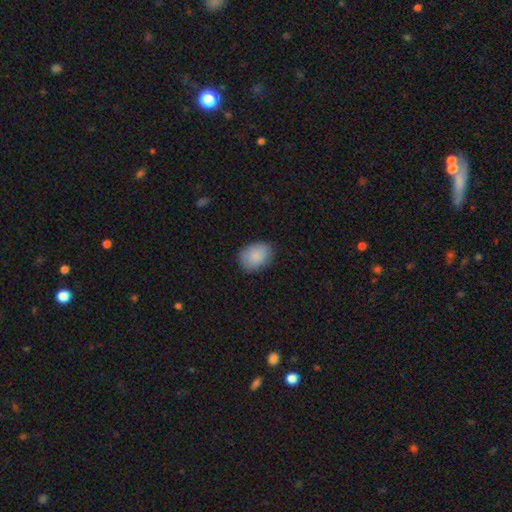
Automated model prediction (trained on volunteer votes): smooth_or_featured: smooth (p=0.88) [alt: star or artifact p=0.06]
how_rounded: in between (p=0.66) [alt: round p=0.33]
merging: none (p=0.82) [alt: minor disturbance p=0.14]